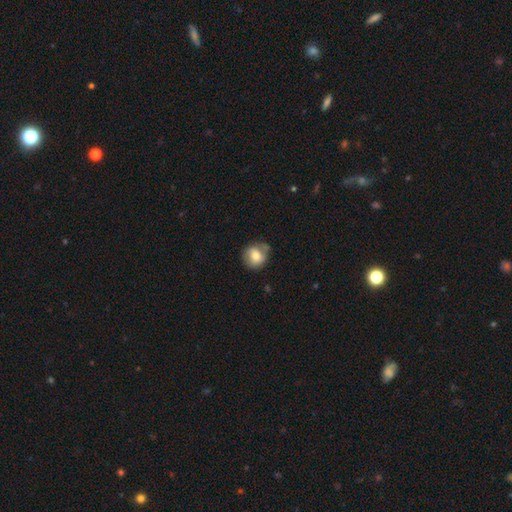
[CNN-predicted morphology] type=smooth (75%); roundness=round (80%); merging=none (64%).